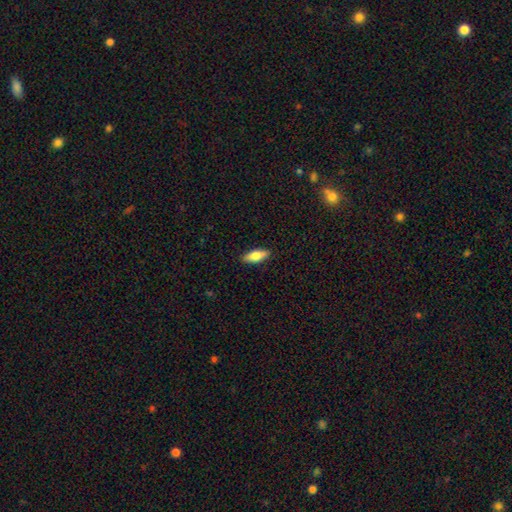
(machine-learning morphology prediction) Smooth or featured? Predicted: smooth (p=0.75). How rounded? Predicted: in between (p=0.74). Merging? Predicted: none (p=0.90).